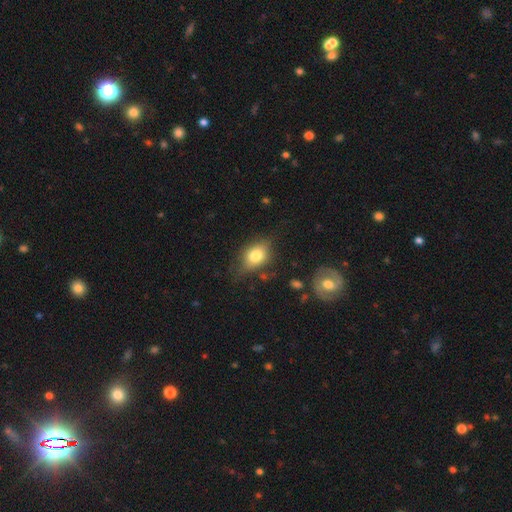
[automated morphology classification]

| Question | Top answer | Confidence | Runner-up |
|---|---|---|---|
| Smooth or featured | smooth | 75% | featured or disk (16%) |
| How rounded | in between | 69% | round (28%) |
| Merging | none | 63% | minor disturbance (26%) |